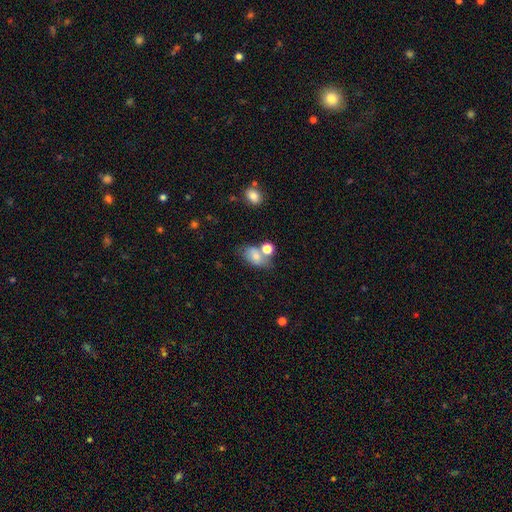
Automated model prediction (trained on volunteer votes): Smooth or featured: smooth — 69% (featured or disk — 20%)
How rounded: in between — 82% (round — 16%)
Merging: none — 44% (merger — 28%)